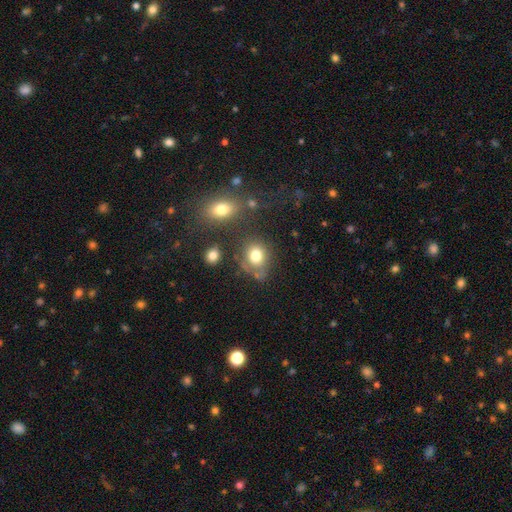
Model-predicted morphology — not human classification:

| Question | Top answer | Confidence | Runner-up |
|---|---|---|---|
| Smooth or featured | smooth | 75% | featured or disk (13%) |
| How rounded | round | 57% | in between (42%) |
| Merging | none | 55% | minor disturbance (22%) |